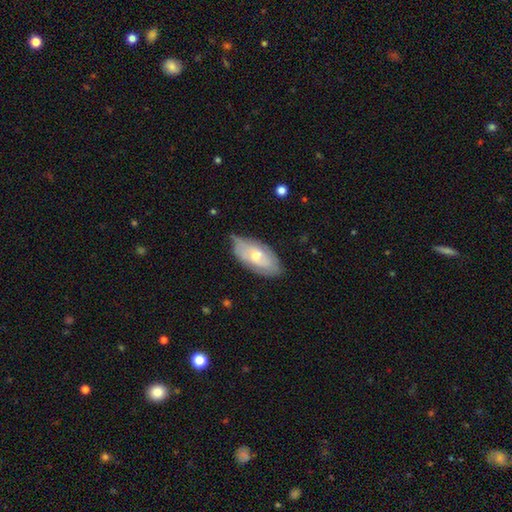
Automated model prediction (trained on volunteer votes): Smooth or featured? Predicted: featured or disk (p=0.50). Merging? Predicted: none (p=0.63).